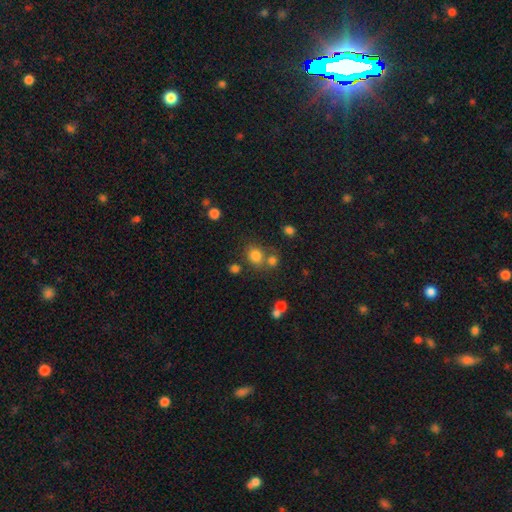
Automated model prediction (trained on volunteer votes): A smooth galaxy with no disk features (78%) that is round (74%). Merging: none (61%).